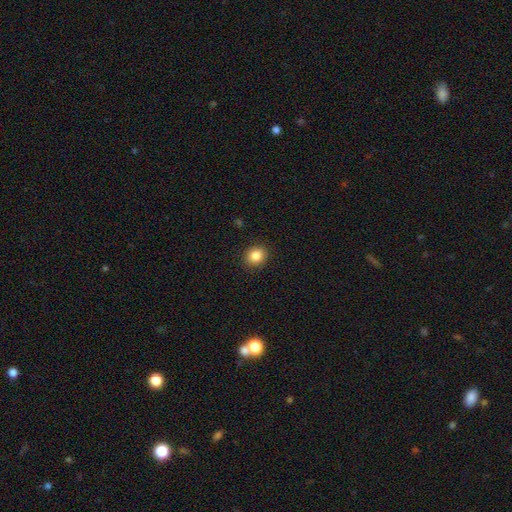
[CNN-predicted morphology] A smooth galaxy with no disk features (86%) that is round (75%).

Vote fractions:
- Smooth or featured? smooth: 86% / star or artifact: 10% / featured or disk: 5%
- How rounded? round: 75% / in between: 24% / cigar-shaped: 1%
- Merging? none: 90% / minor disturbance: 7% / major disturbance: 2% / merger: 1%